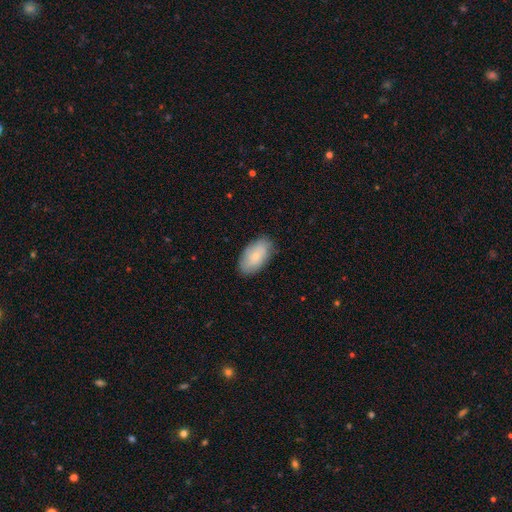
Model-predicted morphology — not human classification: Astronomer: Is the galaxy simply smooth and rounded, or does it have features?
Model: smooth — 78%.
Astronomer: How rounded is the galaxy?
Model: in between — 95%.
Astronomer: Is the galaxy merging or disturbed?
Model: none — 82%.